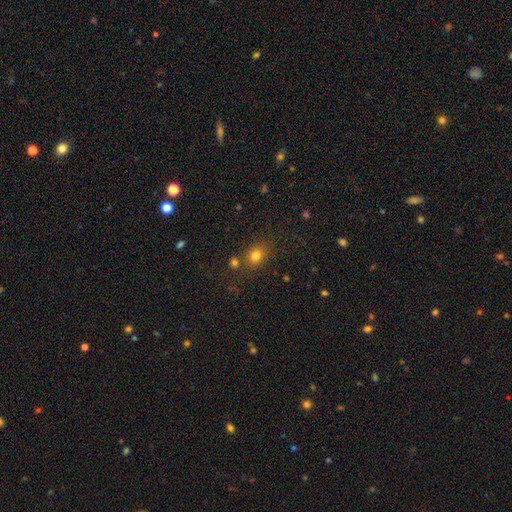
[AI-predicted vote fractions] A smooth galaxy with no disk features (77%) that is round (59%). Merging: none (72%).